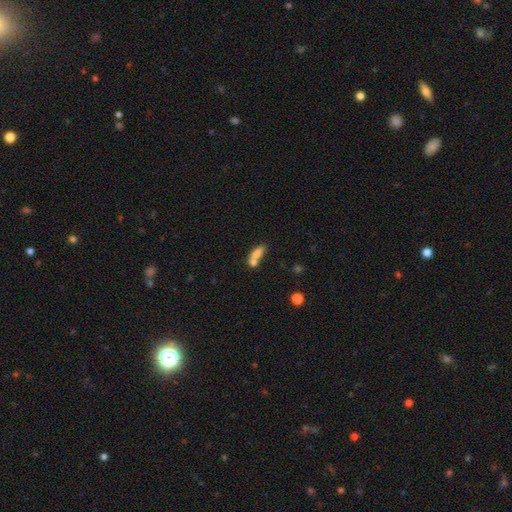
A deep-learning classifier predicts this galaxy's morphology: A smooth galaxy with no disk features (72%) that is in between round and cigar-shaped (65%). Merging: merger (54%).